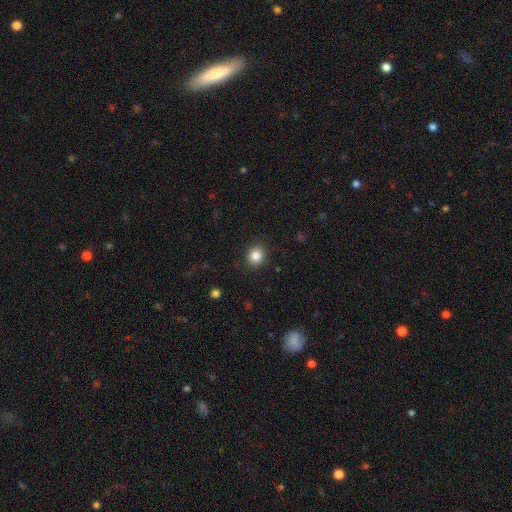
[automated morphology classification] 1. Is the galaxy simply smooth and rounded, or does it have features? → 84% smooth, 10% star or artifact, 6% featured or disk.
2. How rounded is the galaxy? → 72% round, 27% in between, 1% cigar-shaped.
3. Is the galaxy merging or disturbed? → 89% none, 8% minor disturbance, 2% major disturbance, 1% merger.